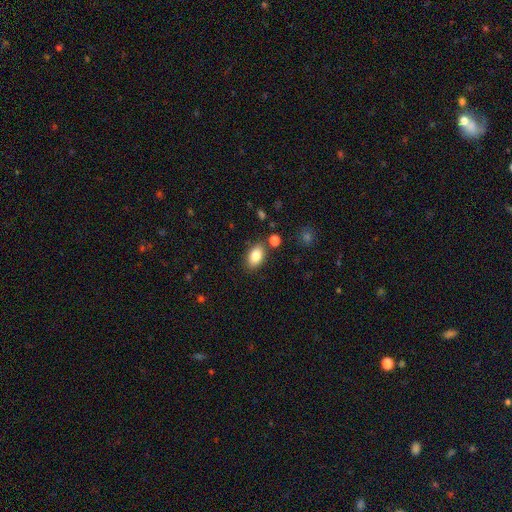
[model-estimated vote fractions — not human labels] This is clearly a smooth galaxy (84%). How rounded: clearly in between (89%). Merging: clearly none (82%).